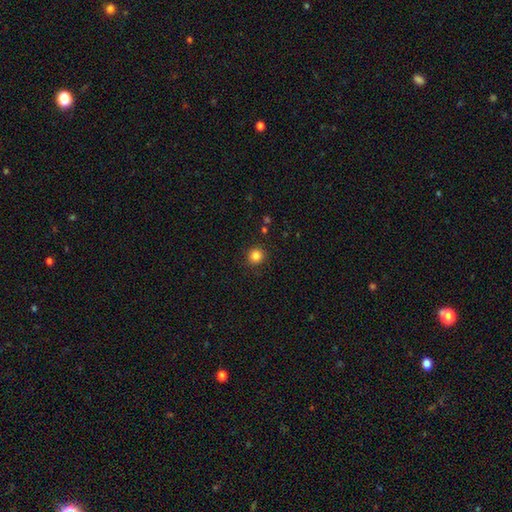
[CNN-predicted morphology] Overall: smooth (84%). How rounded: round (92%). Merging: none (90%).